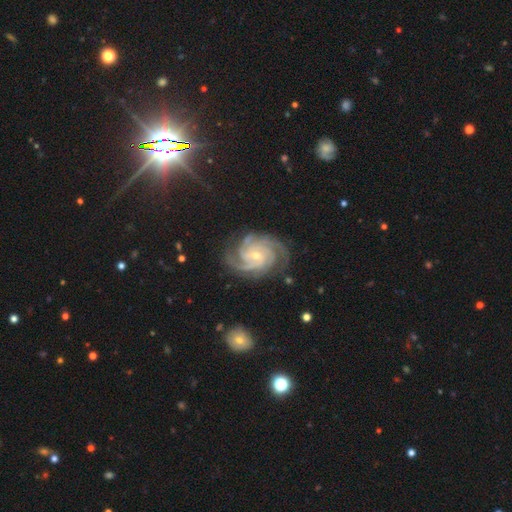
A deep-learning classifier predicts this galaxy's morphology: smooth_or_featured: featured or disk (p=0.92) [alt: star or artifact p=0.05]
disk_edge_on: no (p=0.98) [alt: yes p=0.02]
bar: no (p=0.64) [alt: weak p=0.28]
has_spiral_arms: yes (p=0.99) [alt: no p=0.01]
spiral_winding: tight (p=0.71) [alt: medium p=0.26]
spiral_arm_count: 4 (p=0.36) [alt: 3 p=0.31]
bulge_size: small (p=0.67) [alt: moderate p=0.30]
merging: none (p=0.79) [alt: minor disturbance p=0.15]